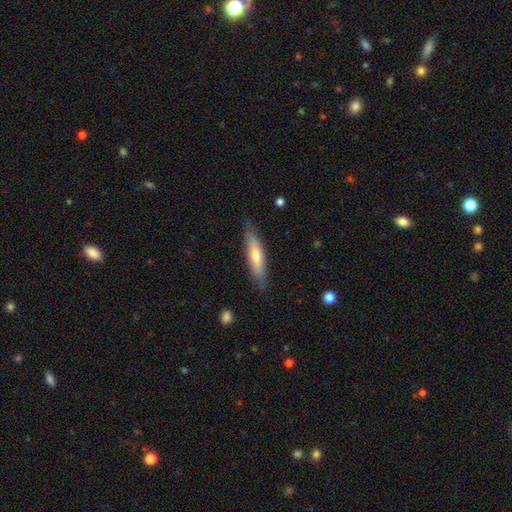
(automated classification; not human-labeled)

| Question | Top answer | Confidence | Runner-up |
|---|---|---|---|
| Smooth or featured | smooth | 59% | featured or disk (35%) |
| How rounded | cigar-shaped | 80% | in between (18%) |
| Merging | none | 85% | minor disturbance (12%) |